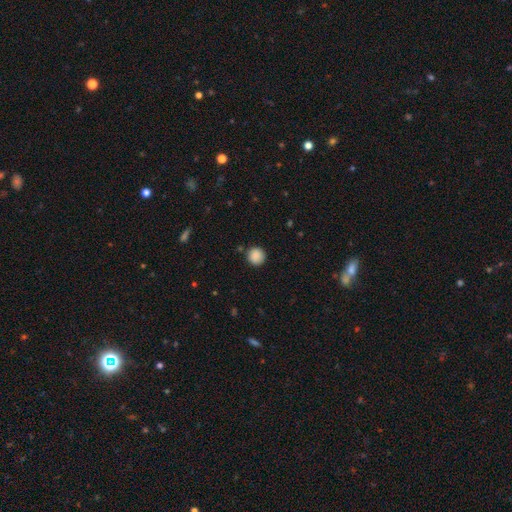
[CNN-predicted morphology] Q: Smooth or featured?
A: smooth (88%); runner-up: star or artifact (9%)
Q: How rounded?
A: round (94%); runner-up: in between (5%)
Q: Merging?
A: none (89%); runner-up: minor disturbance (7%)